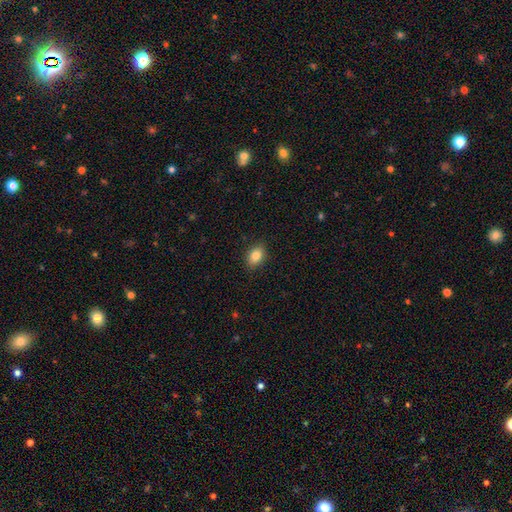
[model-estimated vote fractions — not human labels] This is clearly a smooth galaxy (84%). How rounded: likely in between (78%). Merging: clearly none (89%).